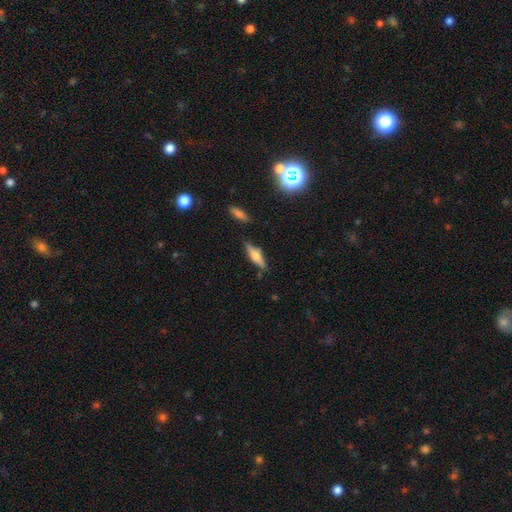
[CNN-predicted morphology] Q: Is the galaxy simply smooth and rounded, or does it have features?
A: smooth — 48%.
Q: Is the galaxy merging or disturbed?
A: none — 79%.